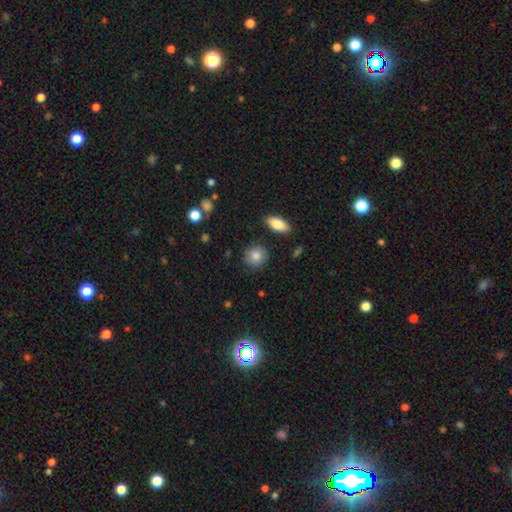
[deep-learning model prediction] This appears to be a smooth galaxy with no disk features (84%) that is round (87%). Merging: none (87%).